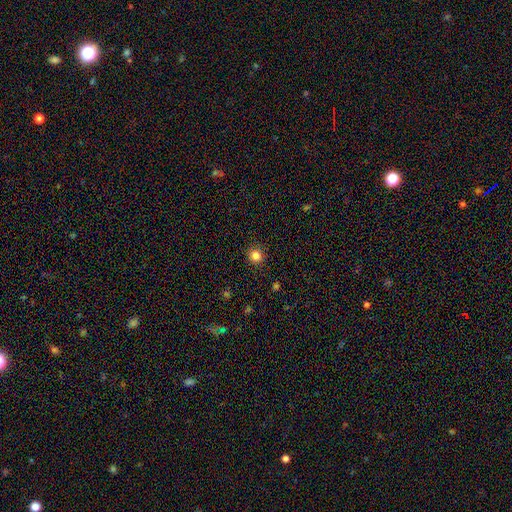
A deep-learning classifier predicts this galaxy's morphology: This appears to be a smooth galaxy with no disk features (83%) that is round (91%). Merging: none (90%).